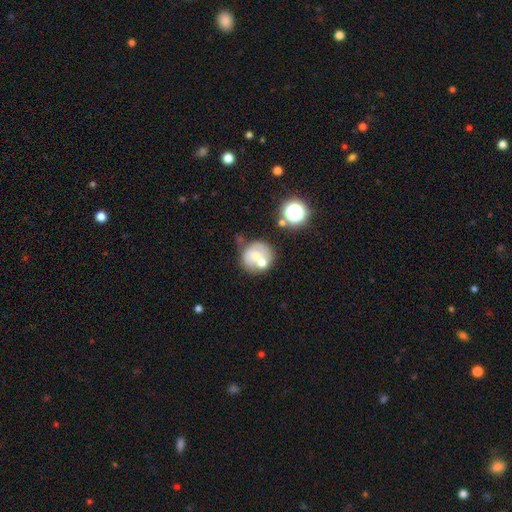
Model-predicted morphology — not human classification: The model was most divided on "merging": none: 43%, merger: 37%, minor disturbance: 14%, major disturbance: 6%. More confident: how rounded — round (87%); smooth or featured — smooth (56%).